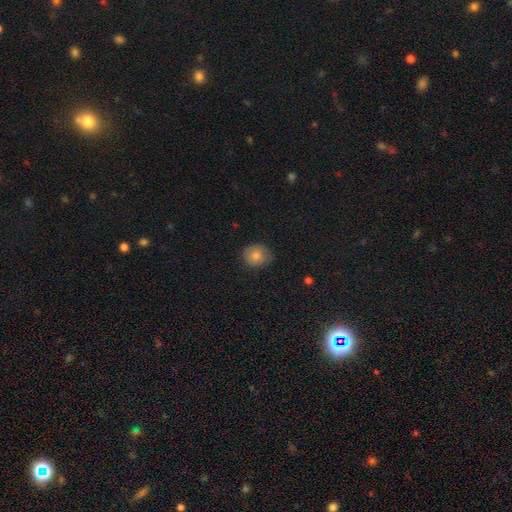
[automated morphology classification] Smooth or featured? smooth (79%)
How rounded? round (77%)
Merging? none (76%)